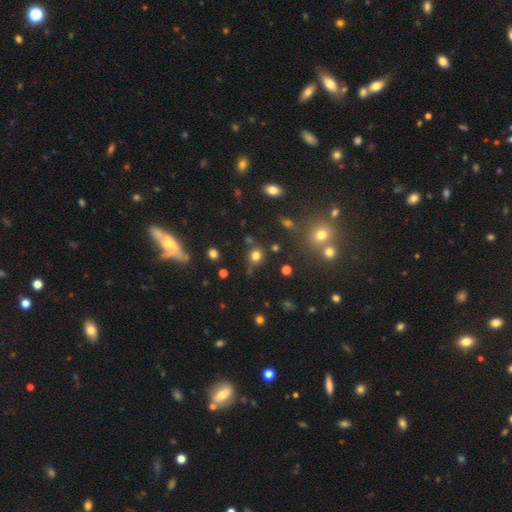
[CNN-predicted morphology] Smooth or featured: smooth — 75% (star or artifact — 18%)
How rounded: round — 86% (in between — 13%)
Merging: none — 79% (minor disturbance — 11%)